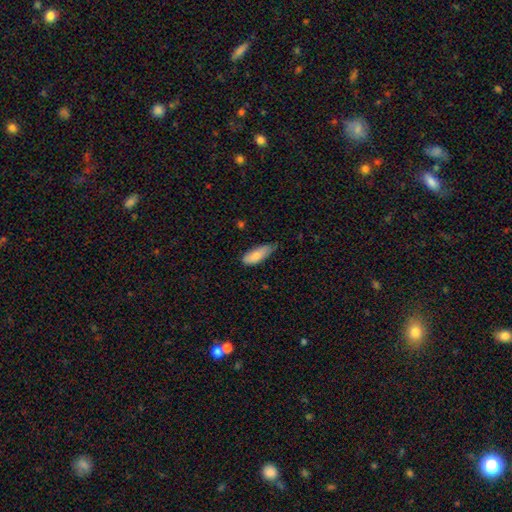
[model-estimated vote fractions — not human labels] This appears to be a smooth galaxy with no disk features (81%) that is in between round and cigar-shaped (73%). Merging: none (46%).